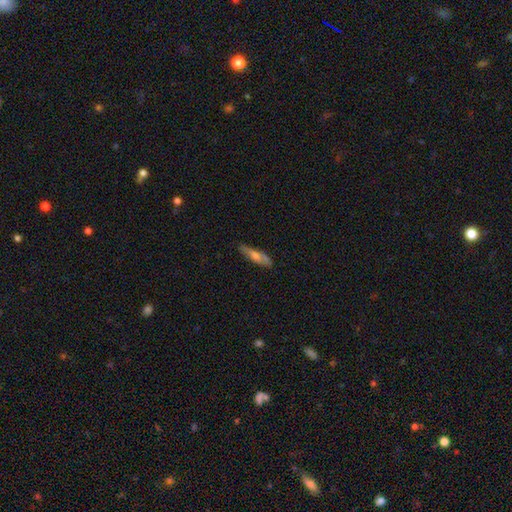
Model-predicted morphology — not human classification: Smooth or featured?
  - smooth: 48% *
  - featured or disk: 44%
  - star or artifact: 8%
Merging?
  - none: 79% *
  - minor disturbance: 16%
  - major disturbance: 3%
  - merger: 1%